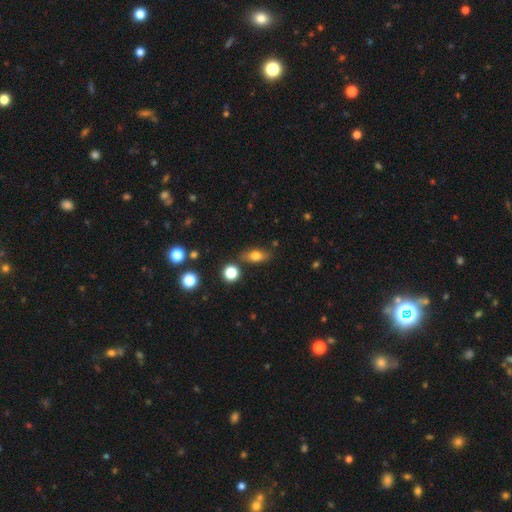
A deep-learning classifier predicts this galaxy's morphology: Smooth or featured: smooth — 71% (featured or disk — 19%)
How rounded: in between — 74% (round — 14%)
Merging: none — 78% (minor disturbance — 13%)